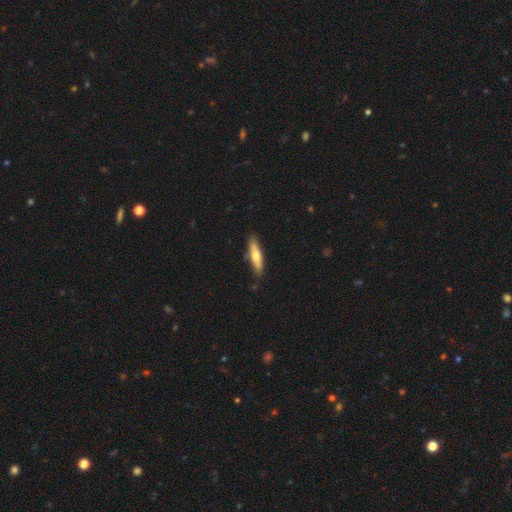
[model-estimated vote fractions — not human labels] Smooth or featured? Predicted: smooth (p=0.55). How rounded? Predicted: cigar-shaped (p=0.77). Merging? Predicted: none (p=0.84).